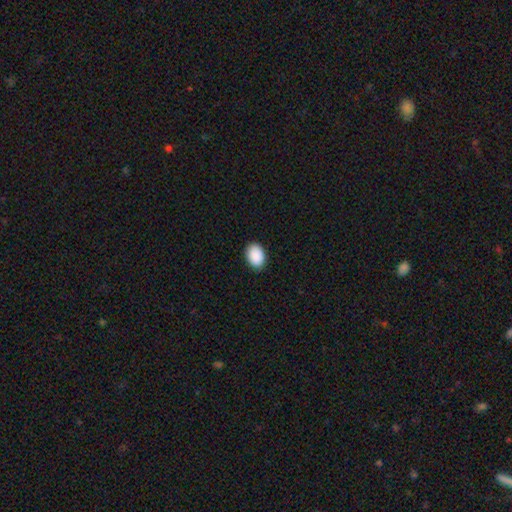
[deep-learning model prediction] The model was most divided on "how rounded": in between: 77%, round: 22%, cigar-shaped: 1%. More confident: smooth or featured — smooth (91%); merging — none (89%).